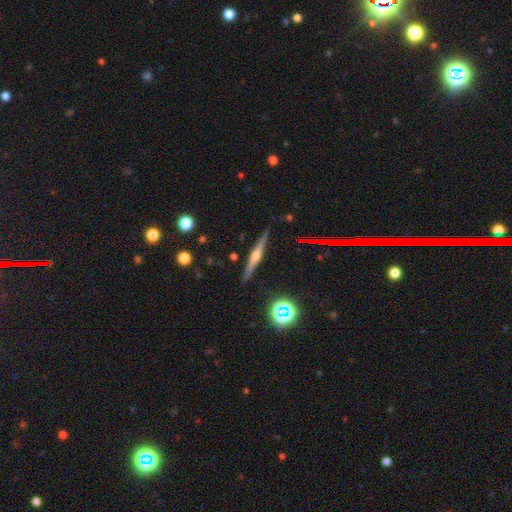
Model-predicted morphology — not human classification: Smooth or featured? Predicted: featured or disk (p=0.72). Edge-on disk? Predicted: yes (p=0.98). Edge-on bulge? Predicted: rounded (p=0.86). Merging? Predicted: none (p=0.89).